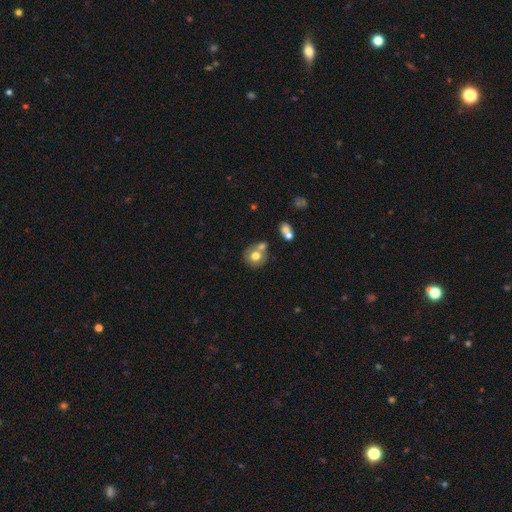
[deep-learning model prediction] This is likely a smooth galaxy (69%). How rounded: clearly round (81%). Merging: possibly none (49%).